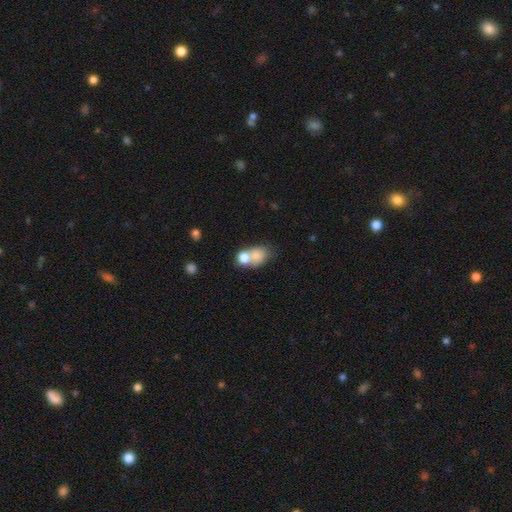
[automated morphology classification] Q: Smooth or featured?
A: smooth (74%); runner-up: featured or disk (17%)
Q: How rounded?
A: in between (56%); runner-up: round (43%)
Q: Merging?
A: merger (60%); runner-up: none (27%)